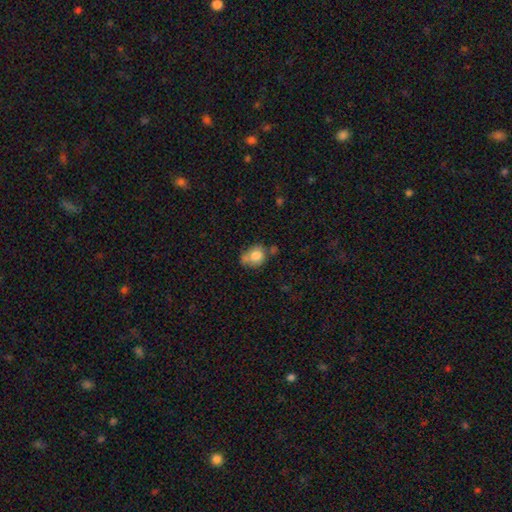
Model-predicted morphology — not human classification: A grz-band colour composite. It shows a smooth galaxy with no disk features (77%) that is round (54%). Merging: none (43%).